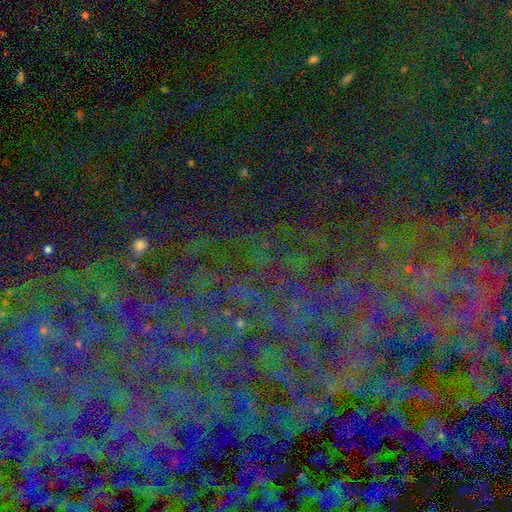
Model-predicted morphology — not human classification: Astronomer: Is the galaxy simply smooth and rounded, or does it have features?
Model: star or artifact — 77%.